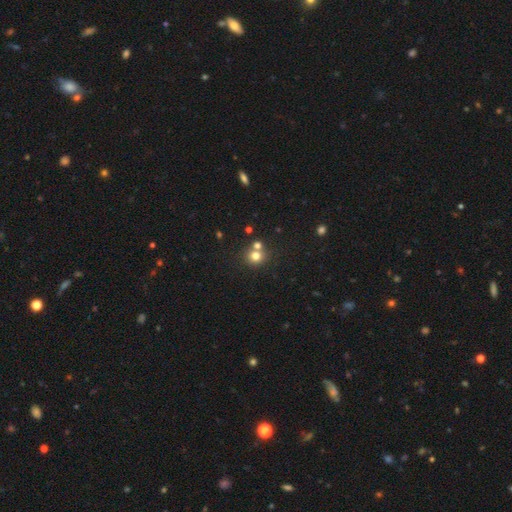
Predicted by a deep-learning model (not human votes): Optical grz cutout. It shows a smooth galaxy with no disk features (76%) that is round (85%). Merging: none (60%).